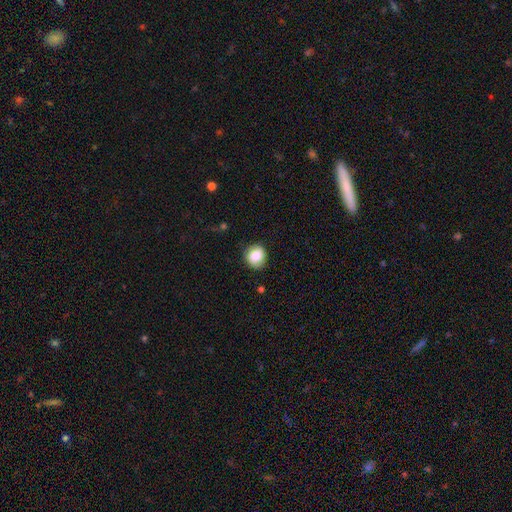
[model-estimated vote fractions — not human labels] smooth-or-featured: smooth: 75% | featured or disk: 16% | star or artifact: 9%
  how-rounded: round: 79% | in between: 20% | cigar-shaped: 1%
  merging: none: 78% | minor disturbance: 17% | major disturbance: 4% | merger: 1%